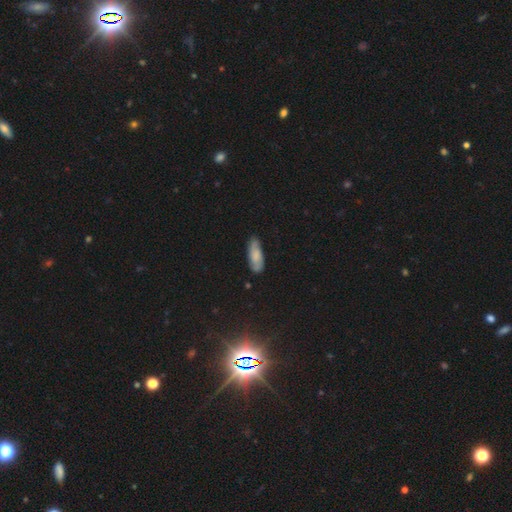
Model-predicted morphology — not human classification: Smooth or featured: smooth — 71% (featured or disk — 22%)
How rounded: in between — 71% (cigar-shaped — 28%)
Merging: none — 75% (minor disturbance — 20%)